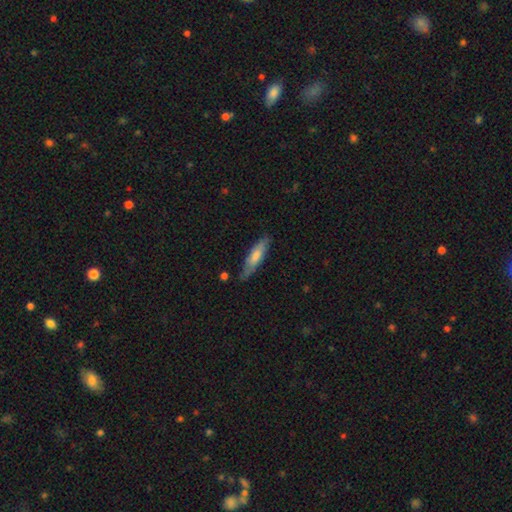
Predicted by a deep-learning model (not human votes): Q: Smooth or featured?
A: smooth (50%); runner-up: featured or disk (43%)
Q: Merging?
A: none (81%); runner-up: minor disturbance (15%)